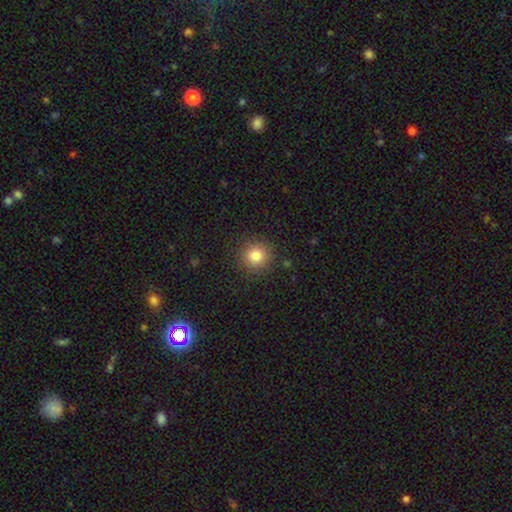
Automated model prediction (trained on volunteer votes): smooth-or-featured: smooth: 83% | star or artifact: 11% | featured or disk: 6%
  how-rounded: round: 94% | in between: 5% | cigar-shaped: 1%
  merging: none: 89% | minor disturbance: 7% | major disturbance: 3% | merger: 1%